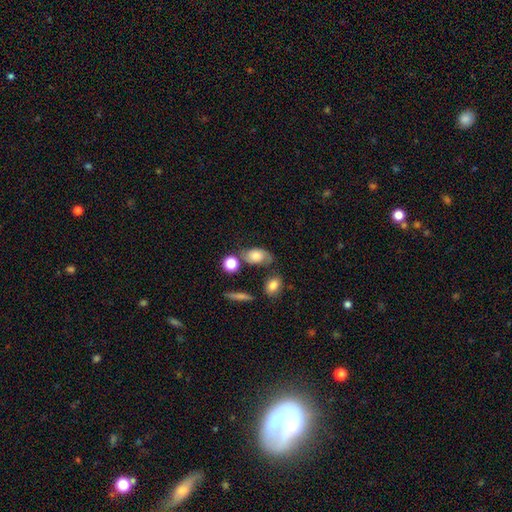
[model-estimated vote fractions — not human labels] smooth 55%, featured or disk 36%, star or artifact 9%. Down the decision tree: how rounded — in between (79%); merging — none (54%).